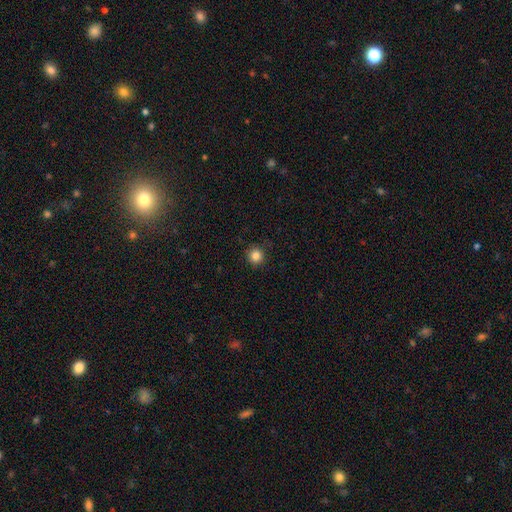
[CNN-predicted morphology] Smooth or featured? Predicted: smooth (p=0.84). How rounded? Predicted: round (p=0.94). Merging? Predicted: none (p=0.91).